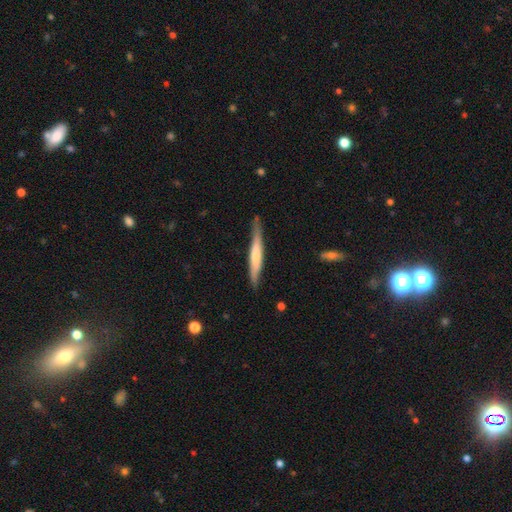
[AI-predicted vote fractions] Q: Smooth or featured?
A: smooth (51%); runner-up: featured or disk (44%)
Q: How rounded?
A: cigar-shaped (94%); runner-up: in between (5%)
Q: Merging?
A: none (77%); runner-up: minor disturbance (18%)